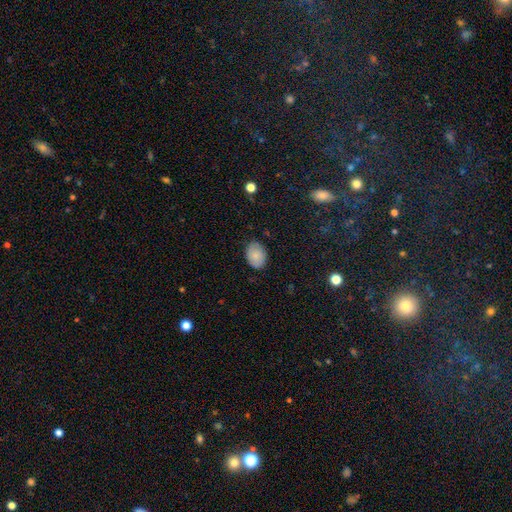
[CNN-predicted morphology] Smooth or featured? Predicted: smooth (p=0.83). How rounded? Predicted: in between (p=0.77). Merging? Predicted: none (p=0.82).